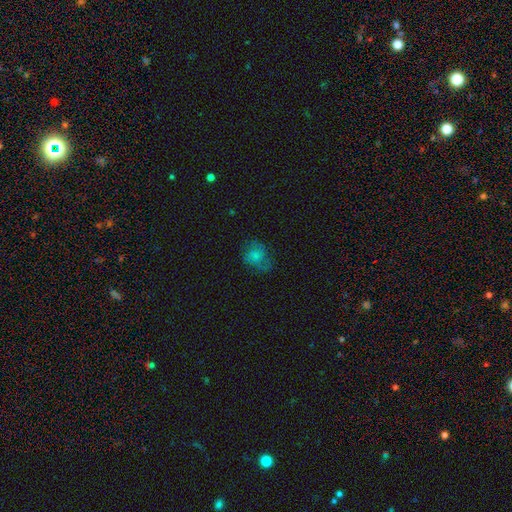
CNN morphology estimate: Smooth or featured? smooth (59%)
How rounded? round (57%)
Merging? none (53%)